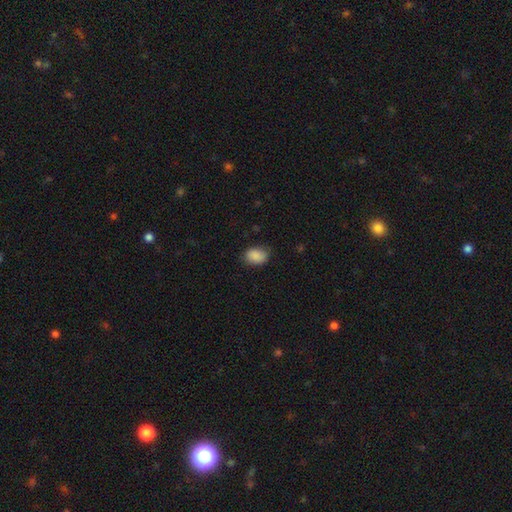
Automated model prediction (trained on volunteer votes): Smooth or featured? Predicted: smooth (p=0.88). How rounded? Predicted: in between (p=0.77). Merging? Predicted: none (p=0.79).